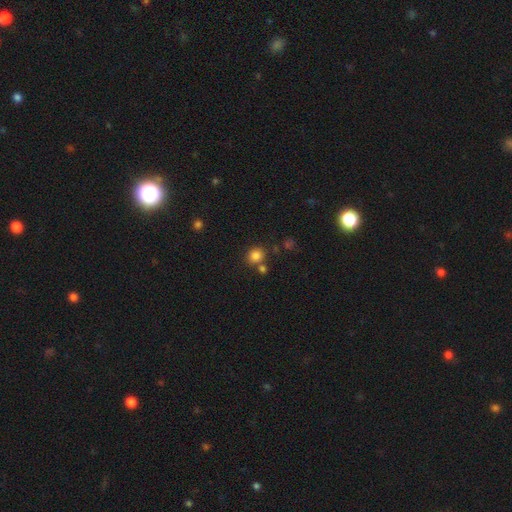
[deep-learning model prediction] Smooth or featured? Predicted: smooth (p=0.83). How rounded? Predicted: round (p=0.80). Merging? Predicted: none (p=0.71).